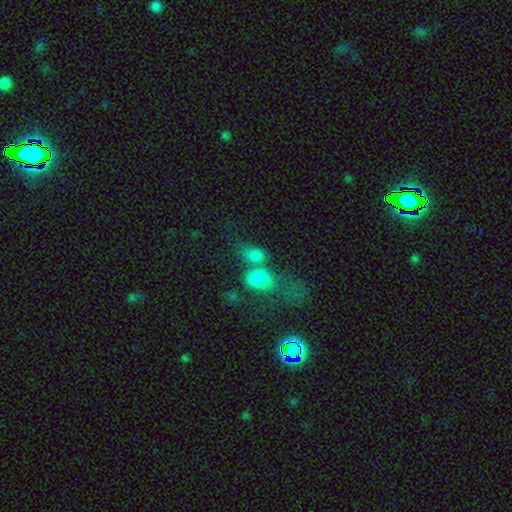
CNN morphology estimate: A smooth galaxy with no disk features (75%) that is in between round and cigar-shaped (77%).

Vote fractions:
- Smooth or featured? smooth: 75% / star or artifact: 13% / featured or disk: 12%
- How rounded? in between: 77% / round: 20% / cigar-shaped: 4%
- Merging? merger: 54% / none: 23% / major disturbance: 12% / minor disturbance: 11%